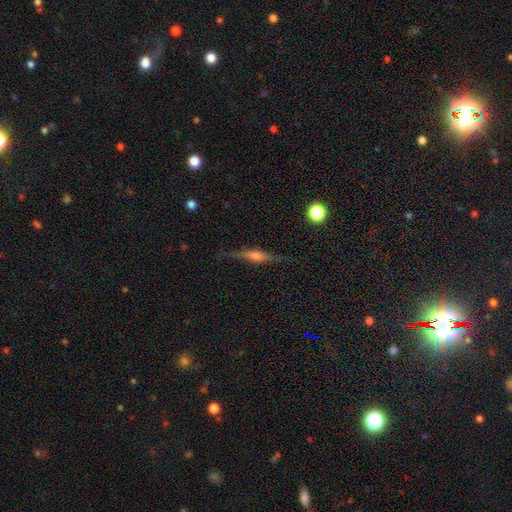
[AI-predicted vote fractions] A featured or disk galaxy (75%) viewed edge-on (97%) with a rounded central bulge (79%).

Vote fractions:
- Smooth or featured? featured or disk: 75% / smooth: 17% / star or artifact: 8%
- Edge-on disk? yes: 97% / no: 3%
- Edge-on bulge? rounded: 79% / boxy: 16% / none: 5%
- Merging? none: 85% / minor disturbance: 11% / major disturbance: 3% / merger: 1%